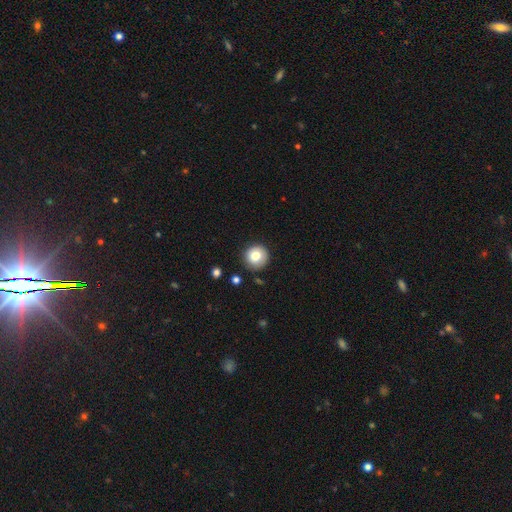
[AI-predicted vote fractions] Q: Smooth or featured?
A: smooth (78%); runner-up: featured or disk (12%)
Q: How rounded?
A: round (94%); runner-up: in between (5%)
Q: Merging?
A: none (87%); runner-up: minor disturbance (9%)